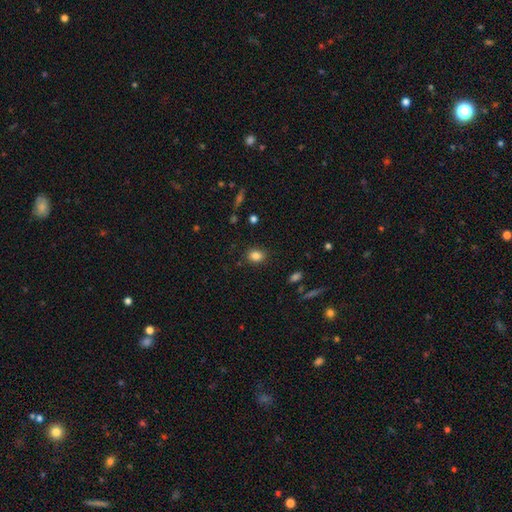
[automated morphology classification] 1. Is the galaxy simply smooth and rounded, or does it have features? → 84% smooth, 11% star or artifact, 6% featured or disk.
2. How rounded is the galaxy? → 53% in between, 46% round, 1% cigar-shaped.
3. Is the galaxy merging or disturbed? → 86% none, 10% minor disturbance, 3% major disturbance, 2% merger.